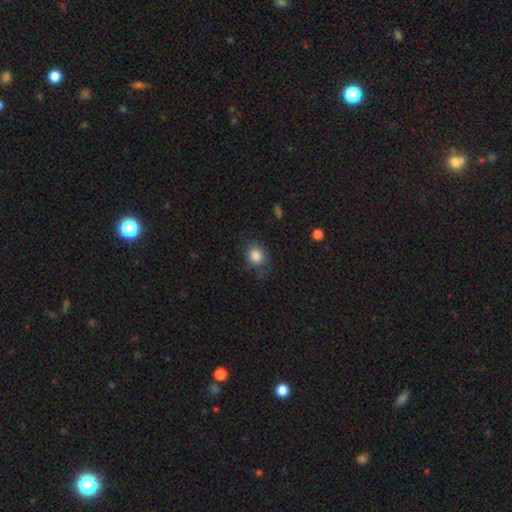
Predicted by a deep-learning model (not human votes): Smooth or featured: smooth — 85% (star or artifact — 9%)
How rounded: round — 68% (in between — 31%)
Merging: none — 66% (minor disturbance — 23%)